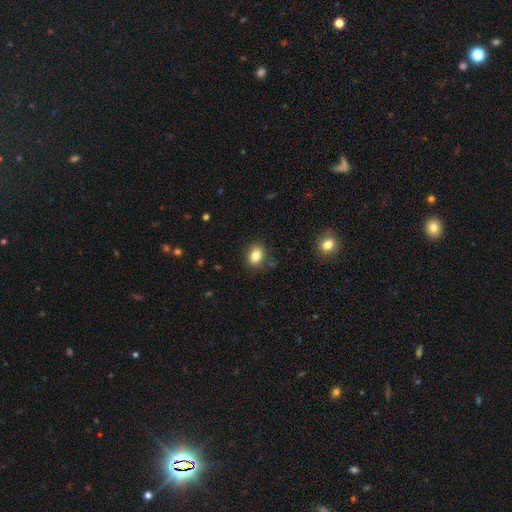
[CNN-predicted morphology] This is clearly a smooth galaxy (82%). How rounded: likely in between (60%). Merging: clearly none (85%).